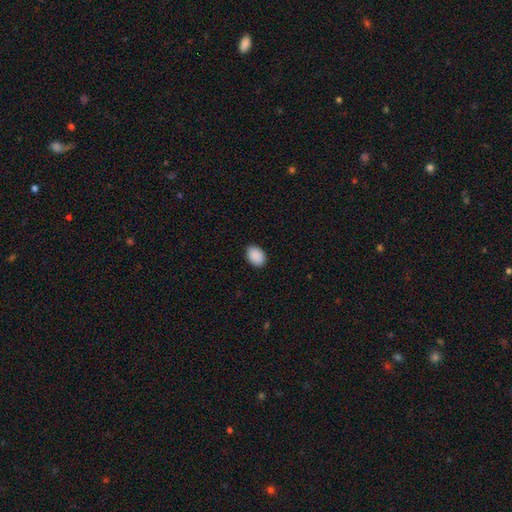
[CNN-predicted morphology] smooth-or-featured: smooth: 91% | star or artifact: 7% | featured or disk: 2%
  how-rounded: in between: 79% | round: 20% | cigar-shaped: 1%
  merging: none: 90% | minor disturbance: 8% | major disturbance: 2% | merger: 1%